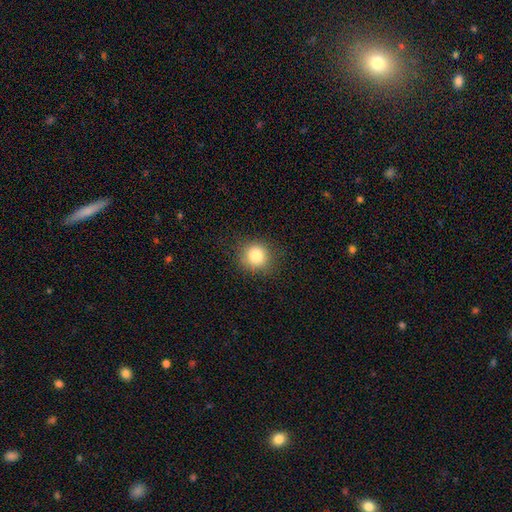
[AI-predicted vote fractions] Smooth or featured: smooth — 83% (star or artifact — 11%)
How rounded: round — 86% (in between — 13%)
Merging: none — 86% (minor disturbance — 10%)